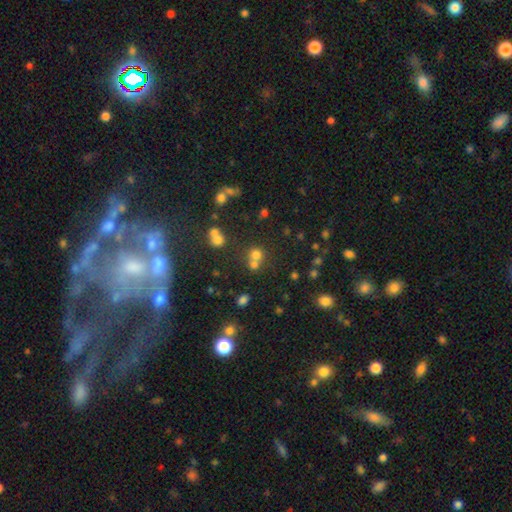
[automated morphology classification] smooth 60%, star or artifact 29%, featured or disk 11%. Down the decision tree: how rounded — round (86%); merging — none (51%).